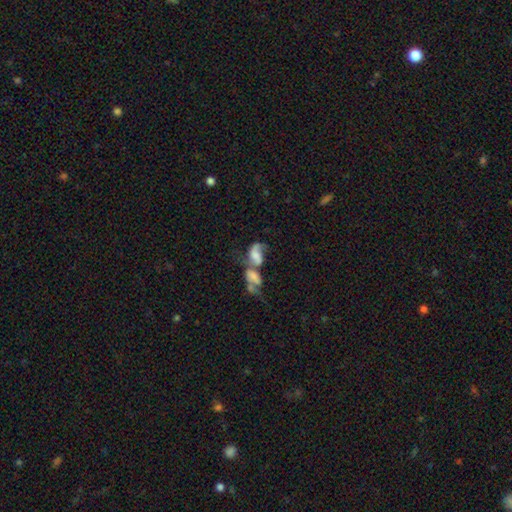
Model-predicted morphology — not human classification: smooth-or-featured: featured or disk: 57% | smooth: 33% | star or artifact: 10%
  disk-edge-on: no: 95% | yes: 5%
    bar: no: 60% | weak: 27% | strong: 13%
    has-spiral-arms: yes: 73% | no: 27%
    bulge-size: none: 40% | moderate: 22% | small: 20% | large: 14% | dominant: 4%
  merging: merger: 74% | major disturbance: 11% | none: 10% | minor disturbance: 5%